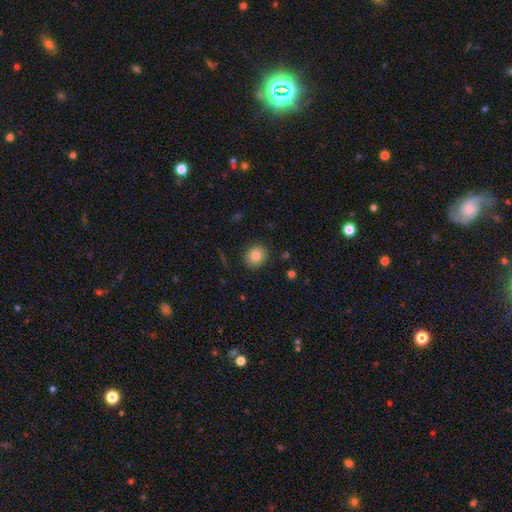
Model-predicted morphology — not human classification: Smooth or featured? smooth (82%)
How rounded? round (83%)
Merging? none (89%)